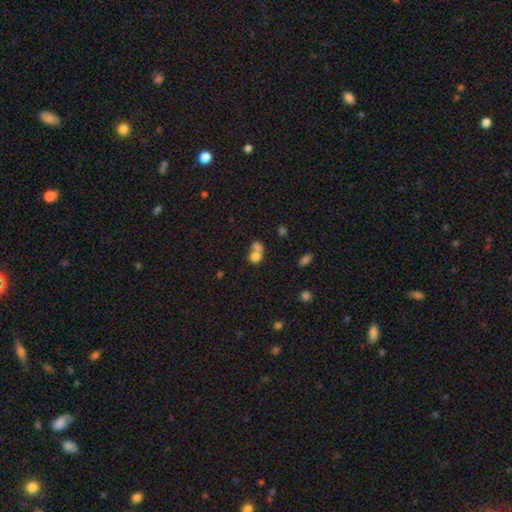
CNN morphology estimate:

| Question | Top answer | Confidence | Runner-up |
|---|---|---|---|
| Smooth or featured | smooth | 76% | featured or disk (13%) |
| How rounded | round | 58% | in between (40%) |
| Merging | merger | 65% | none (24%) |